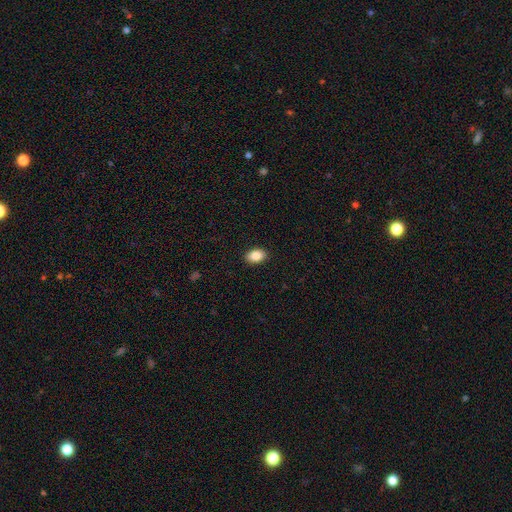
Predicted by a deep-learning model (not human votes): smooth-or-featured: smooth: 87% | star or artifact: 8% | featured or disk: 5%
  how-rounded: in between: 87% | round: 12% | cigar-shaped: 1%
  merging: none: 90% | minor disturbance: 7% | major disturbance: 2% | merger: 1%